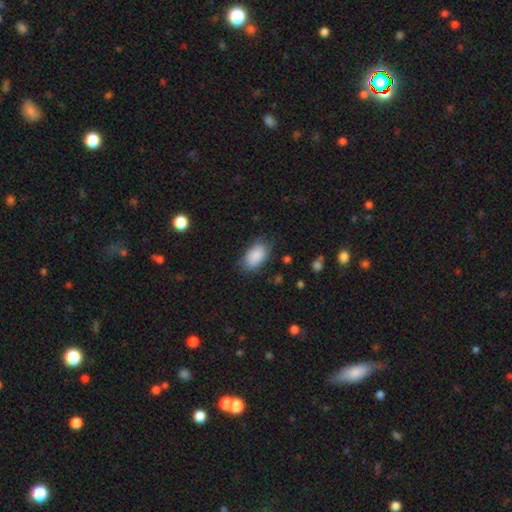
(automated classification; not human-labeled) A smooth galaxy with no disk features (88%) that is in between round and cigar-shaped (93%).

Vote fractions:
- Smooth or featured? smooth: 88% / star or artifact: 7% / featured or disk: 5%
- How rounded? in between: 93% / round: 6% / cigar-shaped: 2%
- Merging? none: 76% / minor disturbance: 18% / major disturbance: 5% / merger: 1%